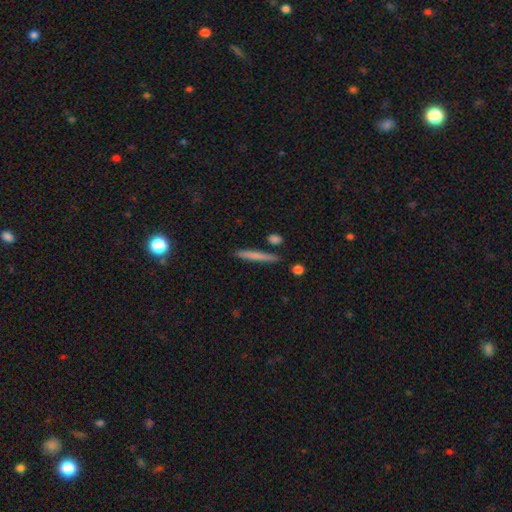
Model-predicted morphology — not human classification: smooth-or-featured: smooth: 66% | featured or disk: 28% | star or artifact: 6%
  how-rounded: cigar-shaped: 95% | in between: 3% | round: 2%
  merging: none: 86% | minor disturbance: 9% | merger: 4% | major disturbance: 2%